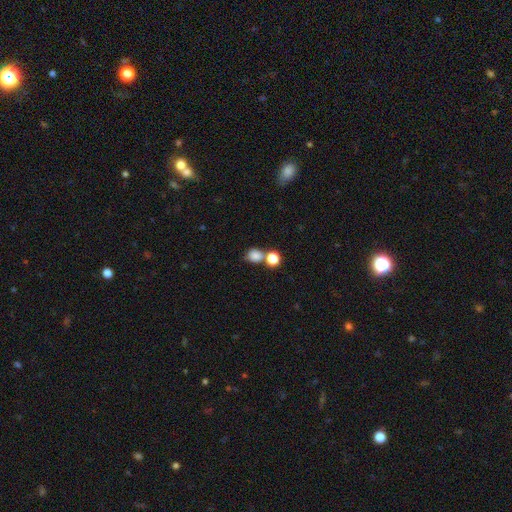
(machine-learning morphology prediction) type=smooth (82%); roundness=round (72%); merging=none (51%).